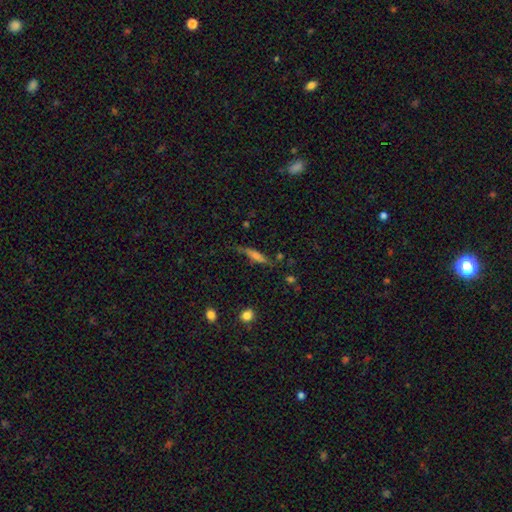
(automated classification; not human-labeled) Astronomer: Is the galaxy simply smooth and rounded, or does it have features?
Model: smooth — 48% (runner-up: featured or disk, 40%).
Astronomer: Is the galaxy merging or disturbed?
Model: none — 70%.